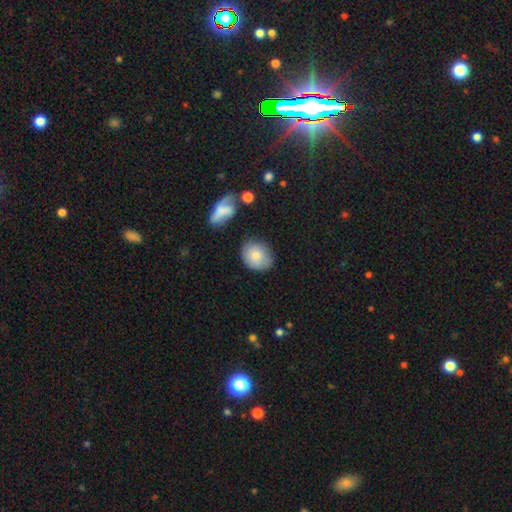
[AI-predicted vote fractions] Smooth or featured: smooth — 75% (featured or disk — 18%)
How rounded: round — 59% (in between — 40%)
Merging: none — 68% (minor disturbance — 22%)